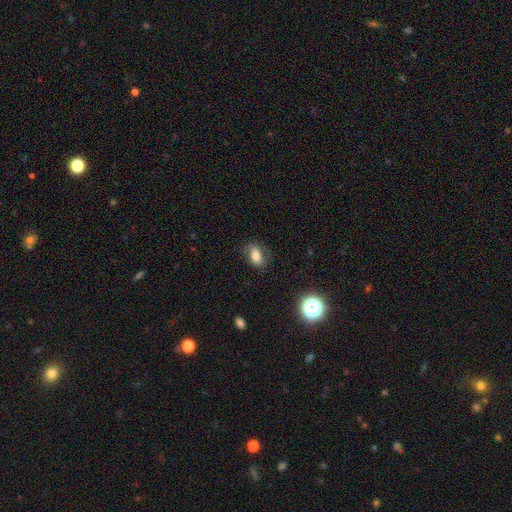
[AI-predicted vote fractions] This appears to be a smooth galaxy with no disk features (58%) that is in between round and cigar-shaped (82%). Merging: none (69%).